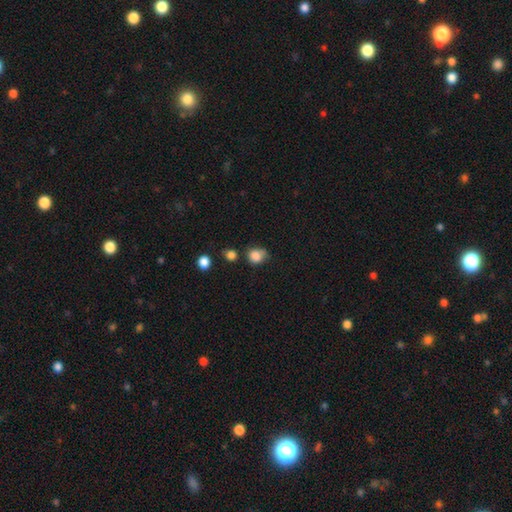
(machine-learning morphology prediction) smooth-or-featured: smooth: 84% | star or artifact: 10% | featured or disk: 6%
  how-rounded: round: 71% | in between: 28% | cigar-shaped: 1%
  merging: none: 52% | minor disturbance: 31% | major disturbance: 10% | merger: 8%